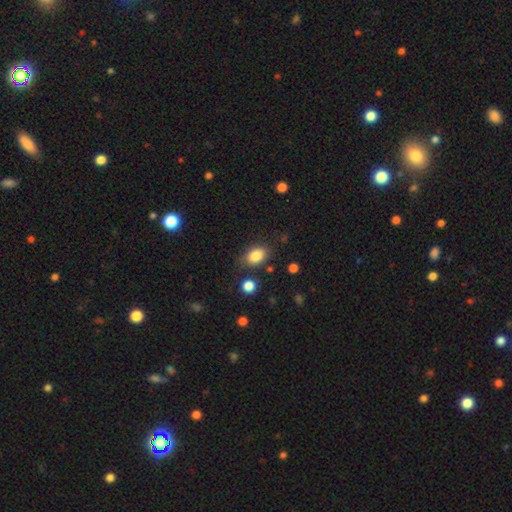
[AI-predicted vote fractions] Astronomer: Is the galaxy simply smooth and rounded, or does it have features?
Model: smooth — 83%.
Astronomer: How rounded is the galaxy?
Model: in between — 80%.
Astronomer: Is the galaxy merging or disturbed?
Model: none — 78%.